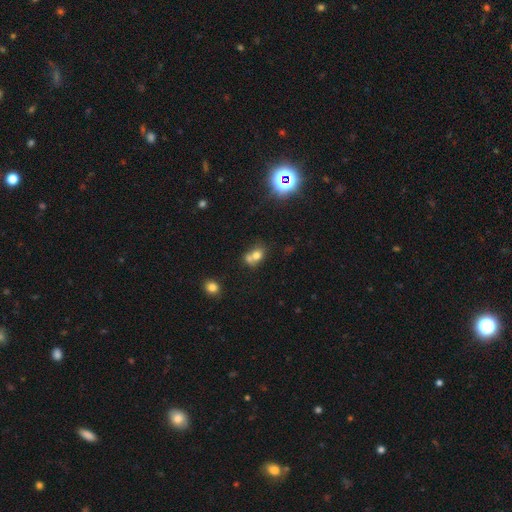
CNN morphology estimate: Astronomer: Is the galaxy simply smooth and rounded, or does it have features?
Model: smooth — 69%.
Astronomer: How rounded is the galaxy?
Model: round — 57% (runner-up: in between, 41%).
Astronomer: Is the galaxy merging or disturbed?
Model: merger — 56%.